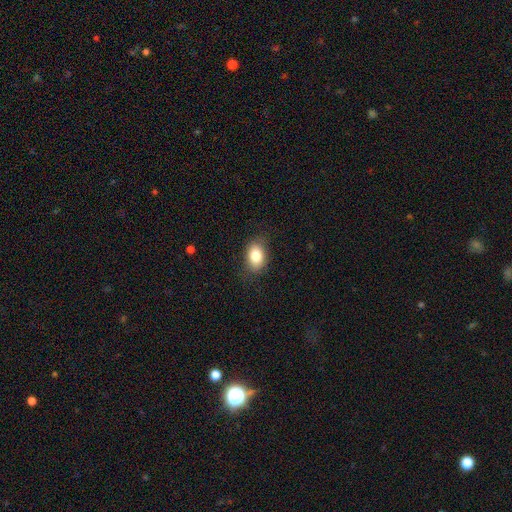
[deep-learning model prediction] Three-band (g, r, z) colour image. It shows a smooth galaxy with no disk features (82%) that is in between round and cigar-shaped (80%). Merging: none (82%).